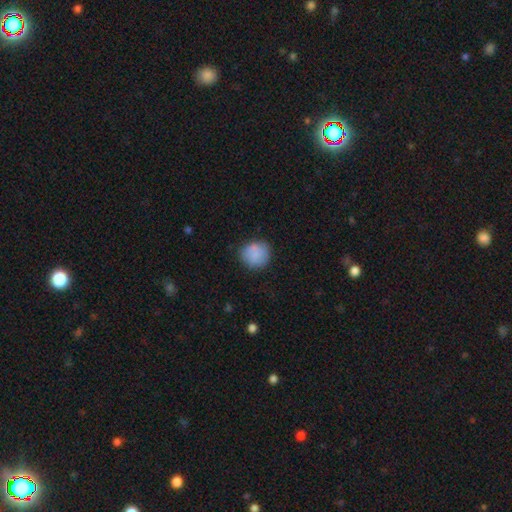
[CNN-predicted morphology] This appears to be a smooth galaxy with no disk features (84%) that is round (89%). Merging: none (80%).